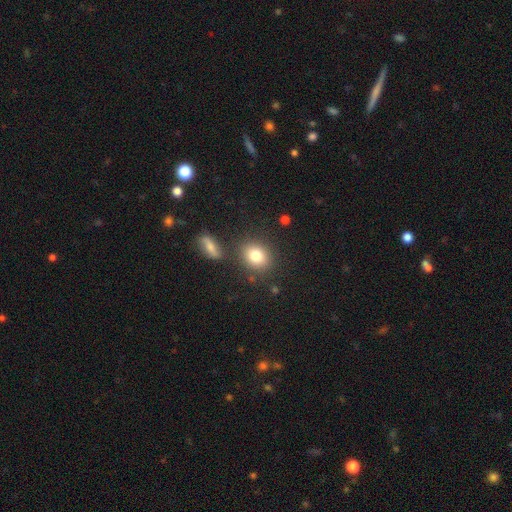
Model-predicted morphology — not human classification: Smooth or featured? smooth (81%)
How rounded? round (53%)
Merging? none (77%)